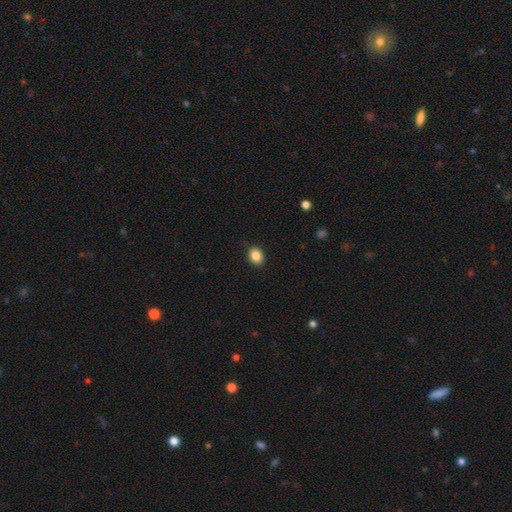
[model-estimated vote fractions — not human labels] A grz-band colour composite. It shows a smooth galaxy with no disk features (87%) that is in between round and cigar-shaped (56%). Merging: none (90%).